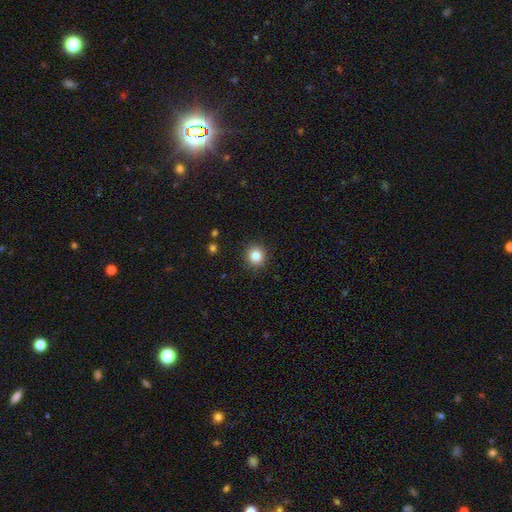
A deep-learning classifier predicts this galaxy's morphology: smooth 81%, star or artifact 12%, featured or disk 7%. Down the decision tree: how rounded — round (93%); merging — none (92%).